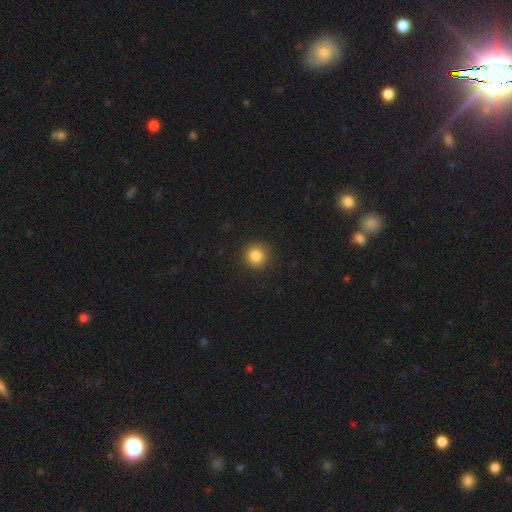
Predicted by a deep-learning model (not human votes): This appears to be a smooth galaxy with no disk features (84%) that is round (93%). Merging: none (91%).